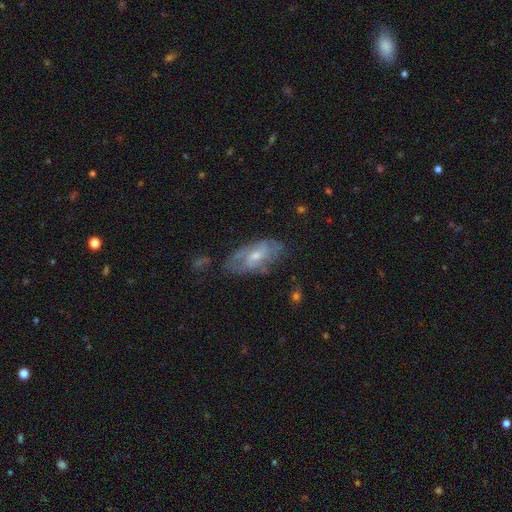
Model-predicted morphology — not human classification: Smooth or featured: featured or disk — 66% (smooth — 26%)
Edge-on disk: no — 90% (yes — 10%)
Bar: no — 49% (weak — 41%)
Spiral arms: yes — 72% (no — 28%)
Bulge size: small — 48% (moderate — 46%)
Merging: none — 61% (minor disturbance — 25%)